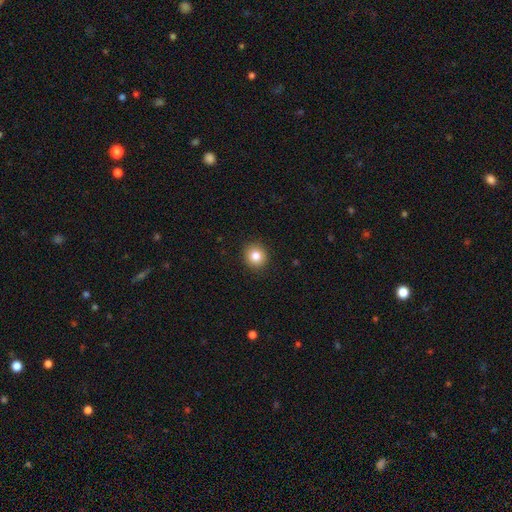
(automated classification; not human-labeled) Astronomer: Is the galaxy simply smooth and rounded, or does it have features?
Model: smooth — 83%.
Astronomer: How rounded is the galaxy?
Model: round — 89%.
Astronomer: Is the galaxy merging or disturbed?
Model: none — 91%.